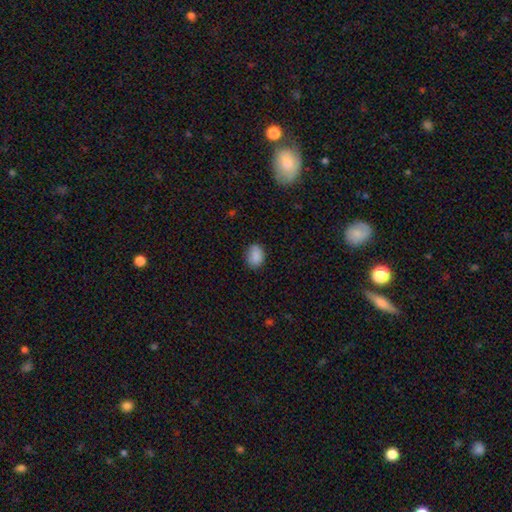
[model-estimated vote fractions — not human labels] Smooth or featured?
  - smooth: 87% *
  - star or artifact: 9%
  - featured or disk: 5%
How rounded?
  - in between: 64% *
  - round: 35%
  - cigar-shaped: 1%
Merging?
  - none: 80% *
  - minor disturbance: 16%
  - major disturbance: 3%
  - merger: 1%